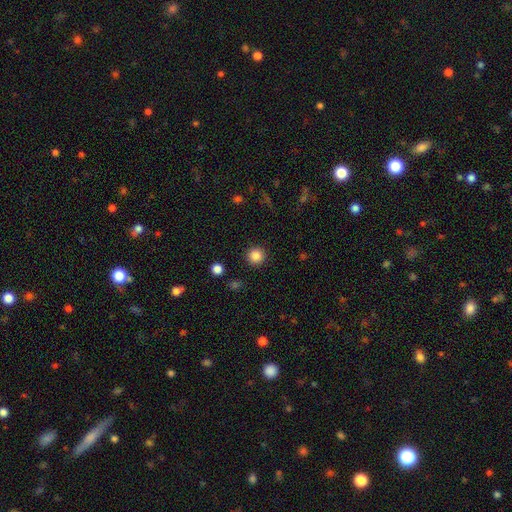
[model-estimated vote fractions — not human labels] A smooth galaxy with no disk features (85%) that is round (95%). Merging: none (92%).